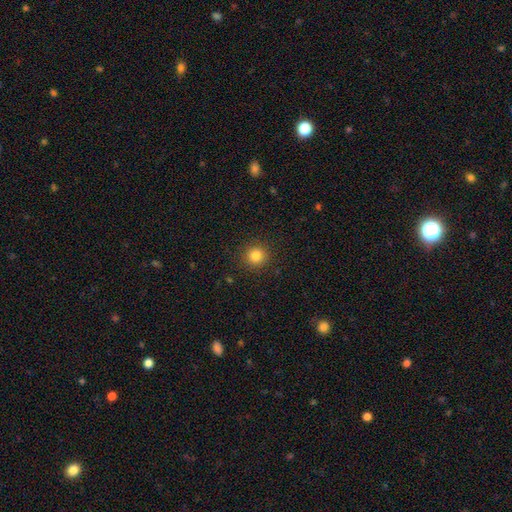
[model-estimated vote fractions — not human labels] Smooth or featured? Predicted: smooth (p=0.83). How rounded? Predicted: round (p=0.94). Merging? Predicted: none (p=0.91).